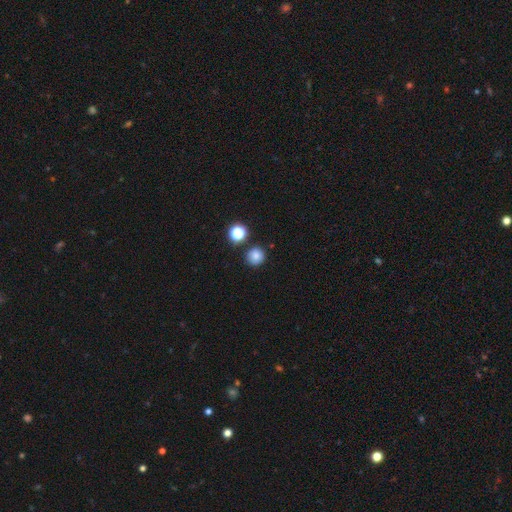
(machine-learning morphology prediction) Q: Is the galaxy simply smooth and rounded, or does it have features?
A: smooth — 80%.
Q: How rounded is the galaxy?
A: round — 93%.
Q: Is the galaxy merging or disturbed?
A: none — 84%.